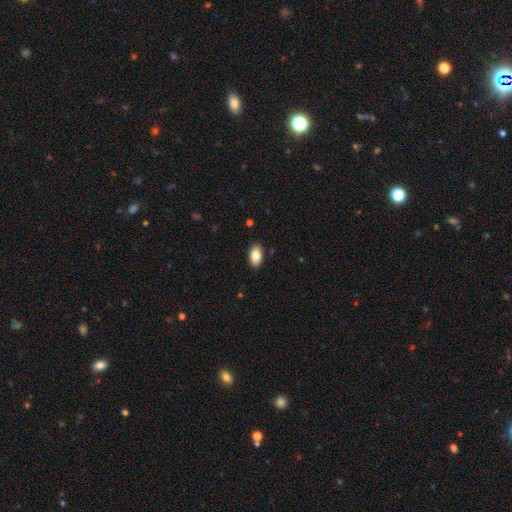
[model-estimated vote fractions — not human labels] This is clearly a smooth galaxy (84%). How rounded: clearly in between (94%). Merging: clearly none (89%).